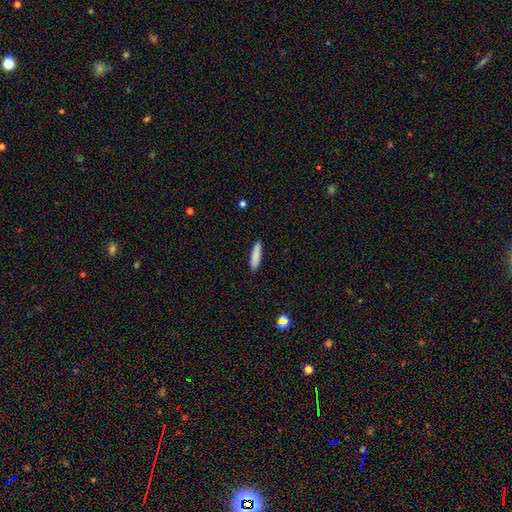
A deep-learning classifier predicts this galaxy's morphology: This appears to be a smooth galaxy with no disk features (86%) that is cigar-shaped (76%). Merging: none (89%).